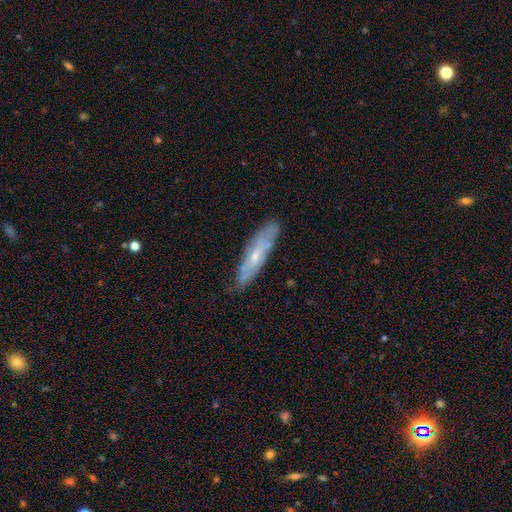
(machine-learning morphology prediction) The model was most divided on "edge-on disk" (2-way tie): yes: 50%, no: 50%. More confident: merging — none (76%); smooth or featured — featured or disk (55%).